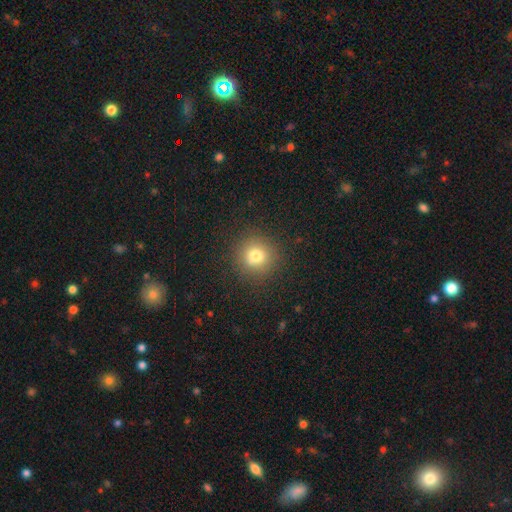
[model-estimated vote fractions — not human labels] This is likely a smooth galaxy (75%). How rounded: clearly round (92%). Merging: clearly none (86%).